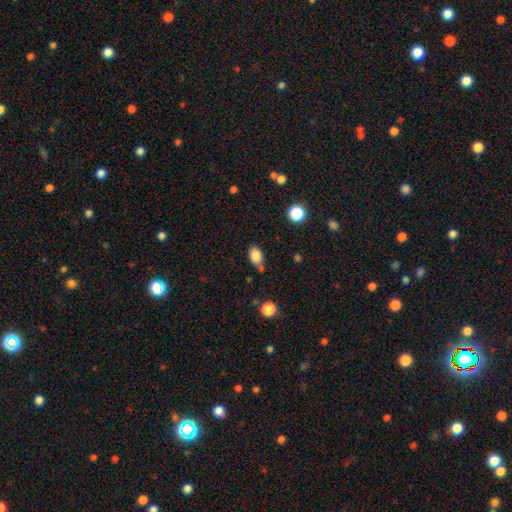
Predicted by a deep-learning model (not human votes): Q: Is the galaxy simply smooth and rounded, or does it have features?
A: smooth — 85%.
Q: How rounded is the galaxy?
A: in between — 80%.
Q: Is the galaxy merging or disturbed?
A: none — 61%.